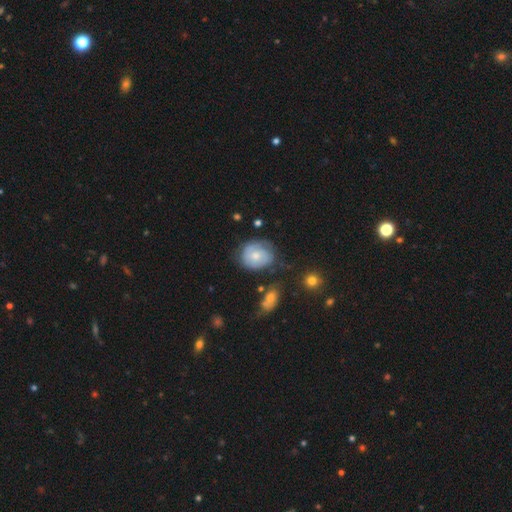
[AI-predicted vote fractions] Q: Smooth or featured?
A: smooth (49%); runner-up: featured or disk (44%)
Q: Merging?
A: none (57%); runner-up: minor disturbance (28%)